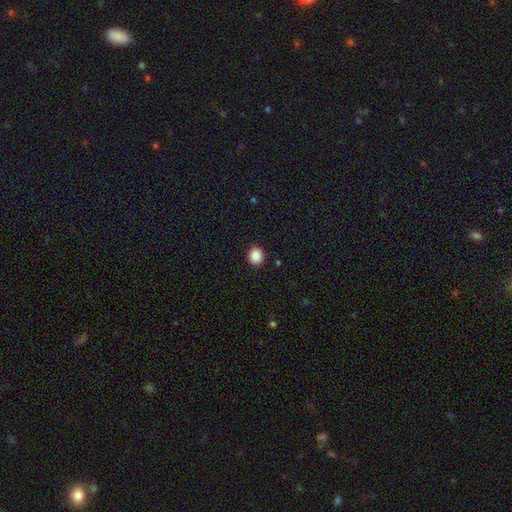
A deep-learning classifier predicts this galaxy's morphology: A smooth galaxy with no disk features (88%) that is round (80%). Merging: none (91%).